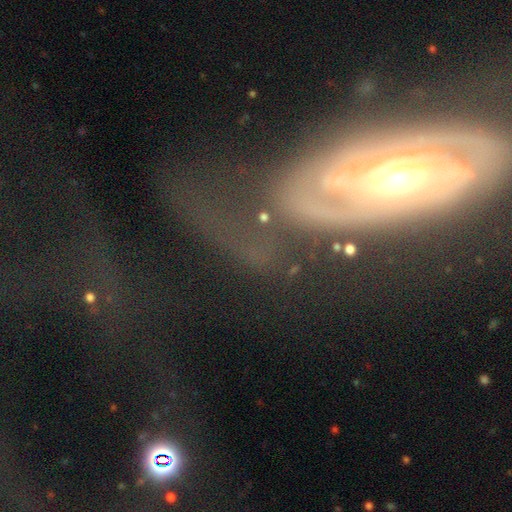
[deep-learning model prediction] smooth-or-featured: featured or disk: 79% | smooth: 12% | star or artifact: 9%
  disk-edge-on: no: 89% | yes: 11%
    bar: no: 61% | weak: 25% | strong: 15%
    has-spiral-arms: yes: 84% | no: 16%
      spiral-winding: tight: 61% | medium: 27% | loose: 12%
      spiral-arm-count: 2: 39% | can't tell: 33% | 3: 9% | 1: 9% | 4: 5% | more than 4: 5%
    bulge-size: moderate: 65% | small: 24% | large: 8% | dominant: 2% | none: 2%
  merging: none: 53% | major disturbance: 25% | minor disturbance: 17% | merger: 4%